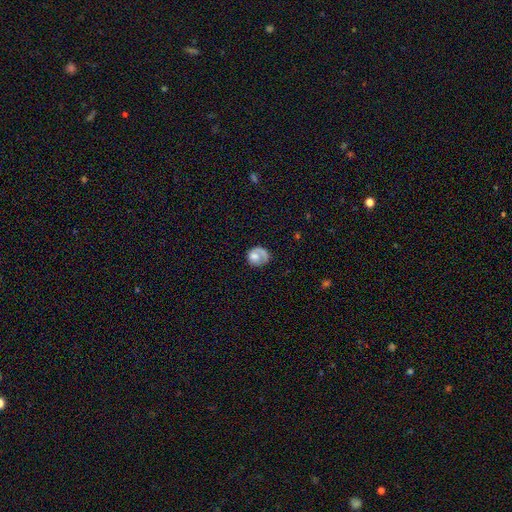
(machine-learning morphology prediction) This is likely a smooth galaxy (61%). How rounded: likely round (73%). Merging: possibly none (50%).